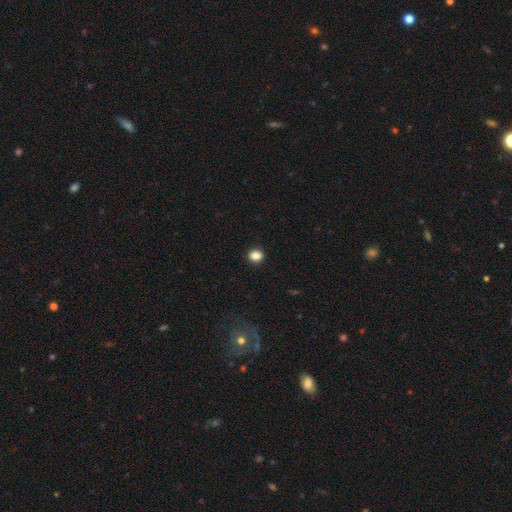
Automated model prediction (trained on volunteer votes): smooth-or-featured: smooth: 86% | star or artifact: 10% | featured or disk: 4%
  how-rounded: round: 53% | in between: 46% | cigar-shaped: 1%
  merging: none: 90% | minor disturbance: 7% | major disturbance: 2% | merger: 1%